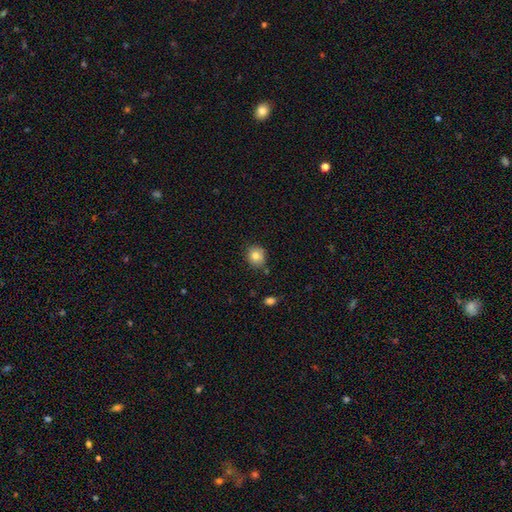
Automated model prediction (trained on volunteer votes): Smooth or featured? Predicted: smooth (p=0.81). How rounded? Predicted: round (p=0.85). Merging? Predicted: none (p=0.79).